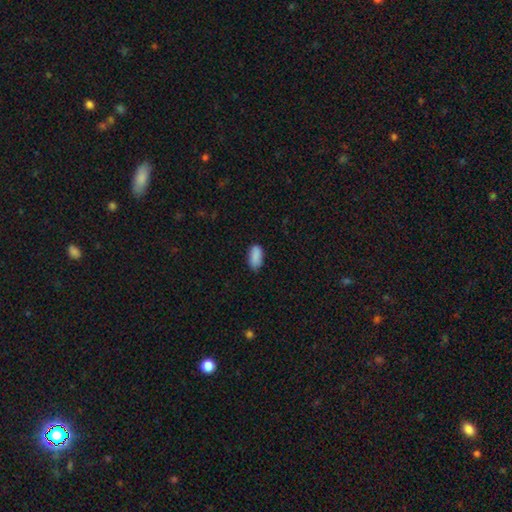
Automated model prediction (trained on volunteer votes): Q: Smooth or featured?
A: smooth (88%); runner-up: star or artifact (8%)
Q: How rounded?
A: in between (91%); runner-up: cigar-shaped (6%)
Q: Merging?
A: none (73%); runner-up: minor disturbance (22%)